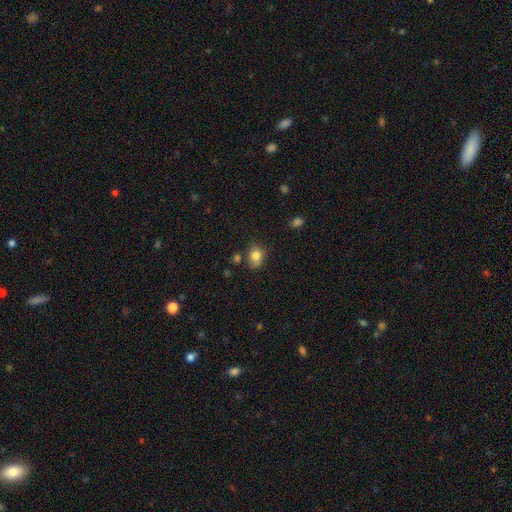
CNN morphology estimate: A smooth galaxy with no disk features (80%) that is in between round and cigar-shaped (57%). Merging: none (61%).